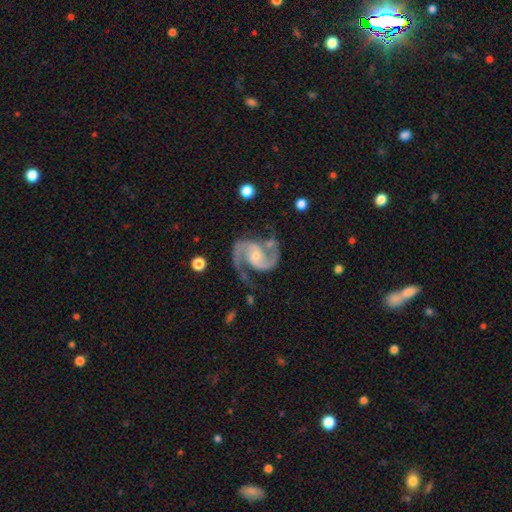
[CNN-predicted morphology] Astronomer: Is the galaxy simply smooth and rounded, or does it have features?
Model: featured or disk — 93%.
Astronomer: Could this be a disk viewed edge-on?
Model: no — 98%.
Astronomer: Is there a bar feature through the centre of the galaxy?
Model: no — 52% (runner-up: weak, 34%).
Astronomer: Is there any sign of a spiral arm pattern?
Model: yes — 99%.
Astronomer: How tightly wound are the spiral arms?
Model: medium — 64%.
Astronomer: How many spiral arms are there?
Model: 2 — 94%.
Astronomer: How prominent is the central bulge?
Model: small — 57% (runner-up: moderate, 34%).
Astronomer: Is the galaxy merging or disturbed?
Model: none — 72%.